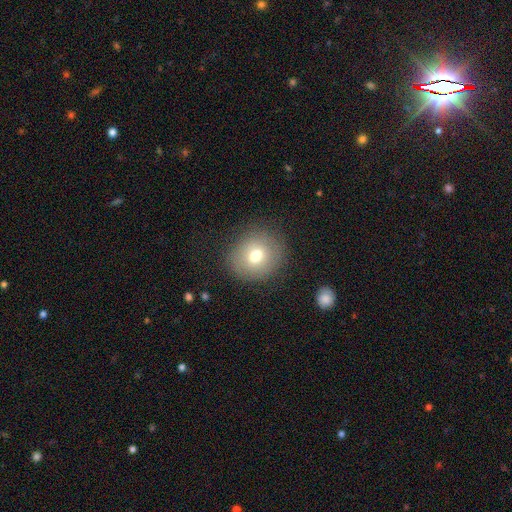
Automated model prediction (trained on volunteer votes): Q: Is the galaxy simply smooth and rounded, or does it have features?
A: smooth — 72%.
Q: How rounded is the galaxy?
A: round — 83%.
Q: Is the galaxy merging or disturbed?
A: none — 84%.